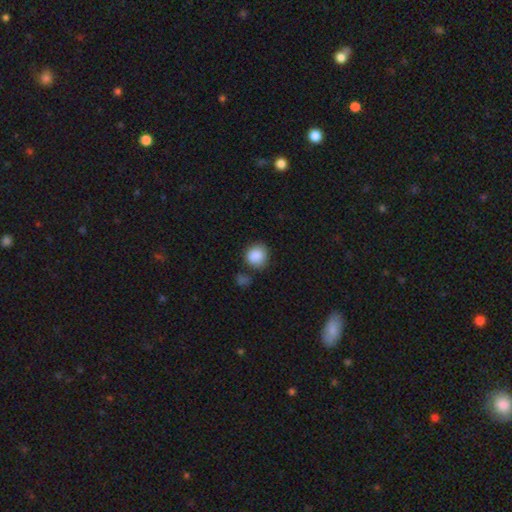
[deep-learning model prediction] This appears to be a smooth galaxy with no disk features (88%) that is round (80%). Merging: none (70%).